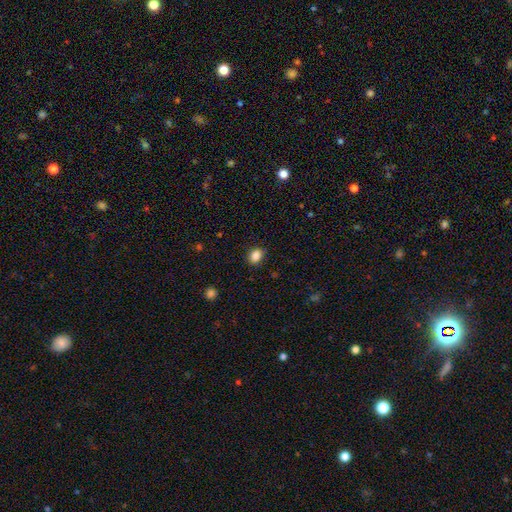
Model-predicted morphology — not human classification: Q: Smooth or featured?
A: smooth (86%); runner-up: star or artifact (10%)
Q: How rounded?
A: in between (57%); runner-up: round (42%)
Q: Merging?
A: none (88%); runner-up: minor disturbance (9%)